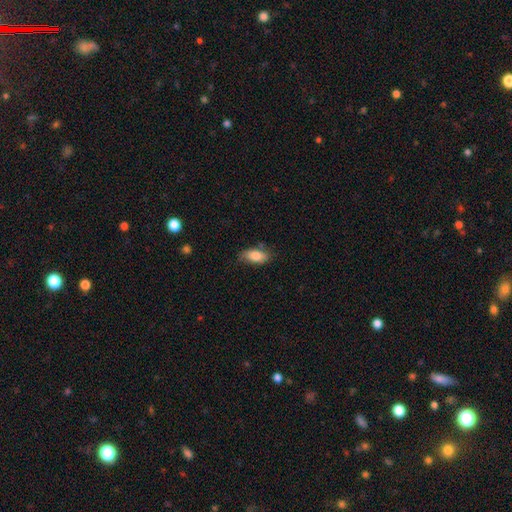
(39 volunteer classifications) Q: Smooth or featured?
A: smooth (85%); runner-up: featured or disk (10%)
Q: How rounded?
A: in between (94%); runner-up: cigar-shaped (6%)
Q: Merging?
A: none (86%); runner-up: minor disturbance (11%)